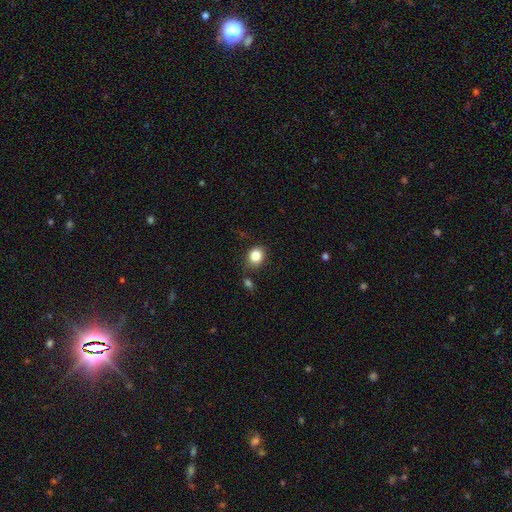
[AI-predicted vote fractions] This is clearly a smooth galaxy (84%). How rounded: likely round (64%). Merging: likely none (75%).